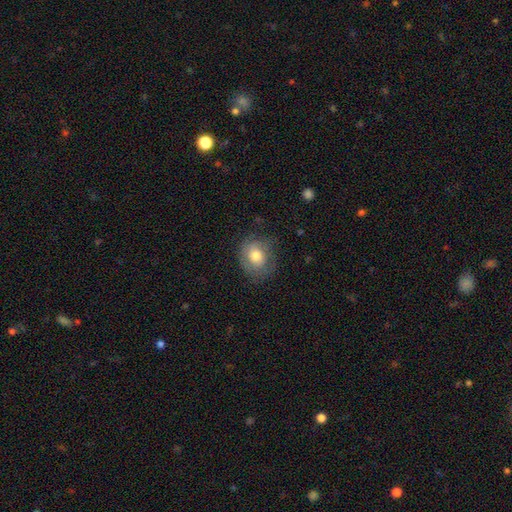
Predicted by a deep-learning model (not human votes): This appears to be a smooth galaxy with no disk features (69%) that is round (69%). Merging: none (67%).